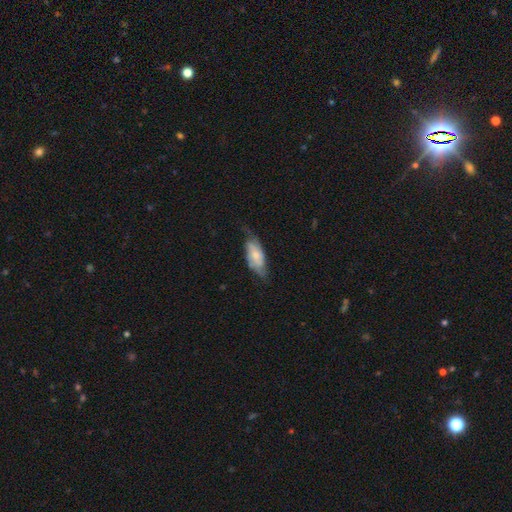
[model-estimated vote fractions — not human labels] The model was most divided on "smooth or featured" (2-way tie): featured or disk: 47%, smooth: 47%, star or artifact: 6%. More confident: merging — none (52%).